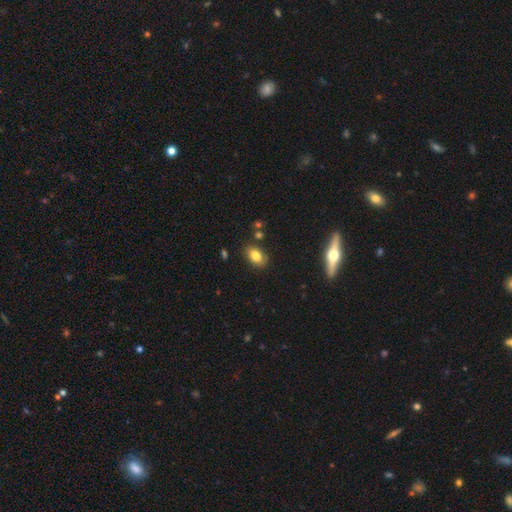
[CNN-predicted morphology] smooth-or-featured: smooth: 81% | featured or disk: 10% | star or artifact: 9%
  how-rounded: in between: 86% | round: 12% | cigar-shaped: 2%
  merging: none: 82% | minor disturbance: 12% | merger: 3% | major disturbance: 3%